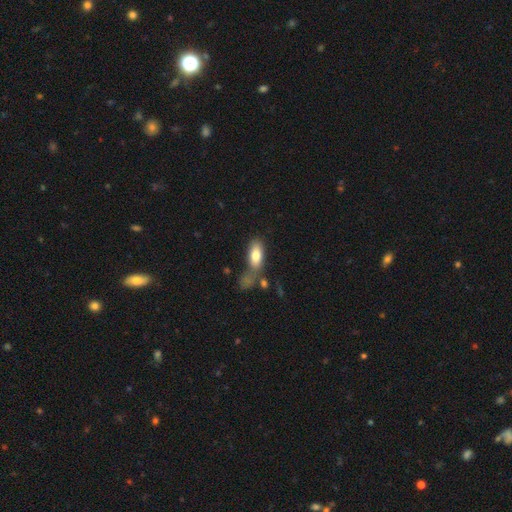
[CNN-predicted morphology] The model was most divided on "merging": none: 46%, merger: 23%, minor disturbance: 19%, major disturbance: 11%. More confident: how rounded — in between (85%); smooth or featured — smooth (79%).